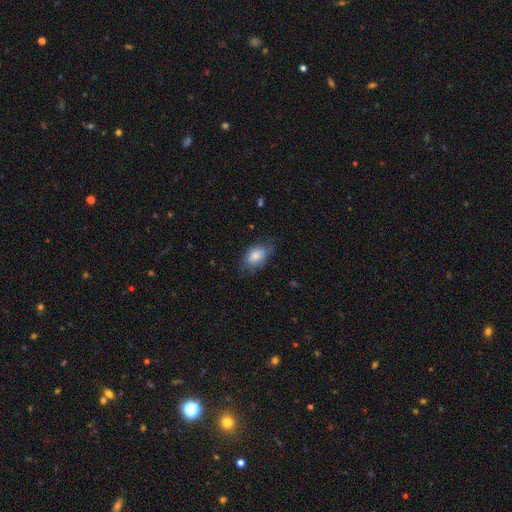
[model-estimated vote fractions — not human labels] This is clearly a smooth galaxy (81%). How rounded: clearly in between (88%). Merging: likely none (65%).